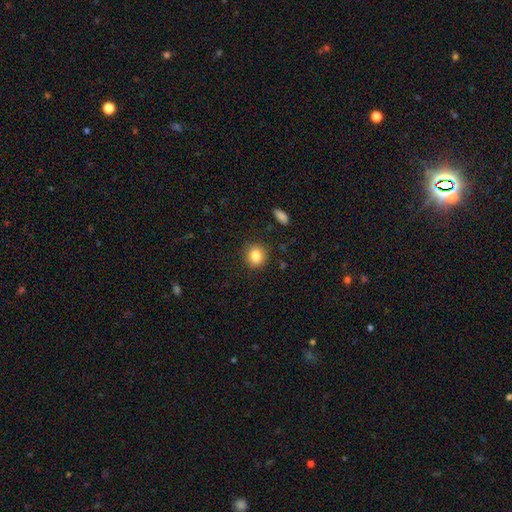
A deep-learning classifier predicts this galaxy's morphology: Smooth or featured? smooth (84%)
How rounded? round (79%)
Merging? none (86%)